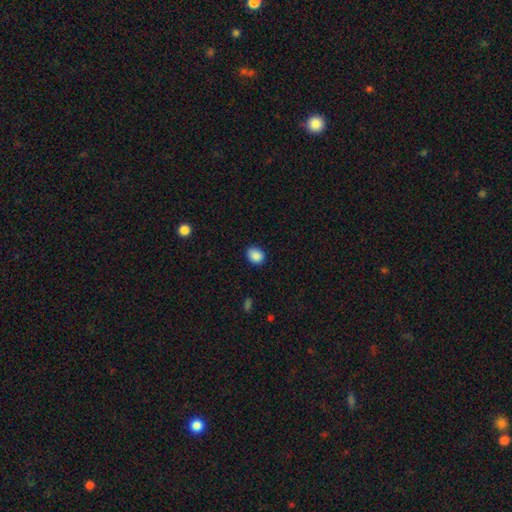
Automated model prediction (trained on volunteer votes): Smooth or featured? Predicted: smooth (p=0.89). How rounded? Predicted: in between (p=0.52). Merging? Predicted: none (p=0.85).